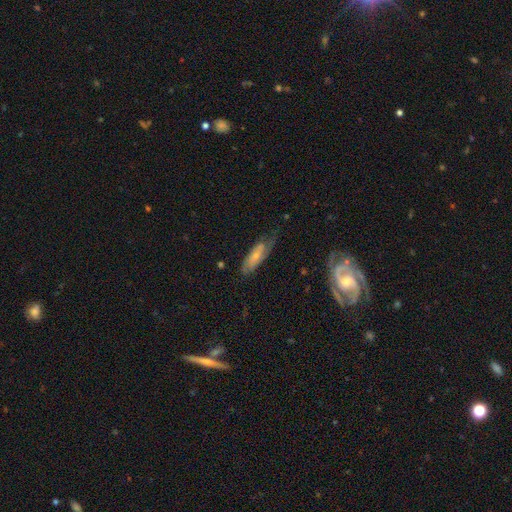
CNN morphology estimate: type=smooth (49%); merging=none (54%).